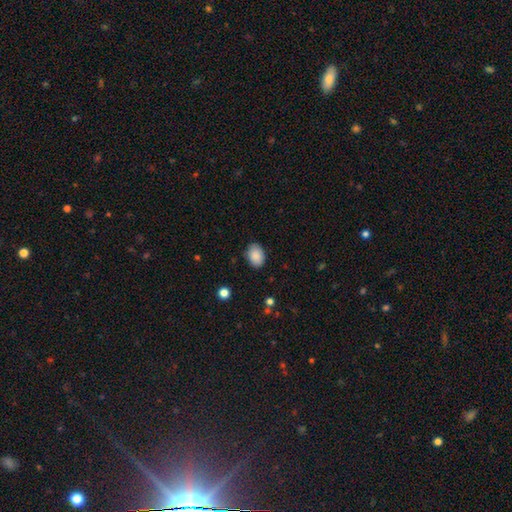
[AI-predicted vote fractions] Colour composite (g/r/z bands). It shows a smooth galaxy with no disk features (89%) that is in between round and cigar-shaped (77%). Merging: none (85%).